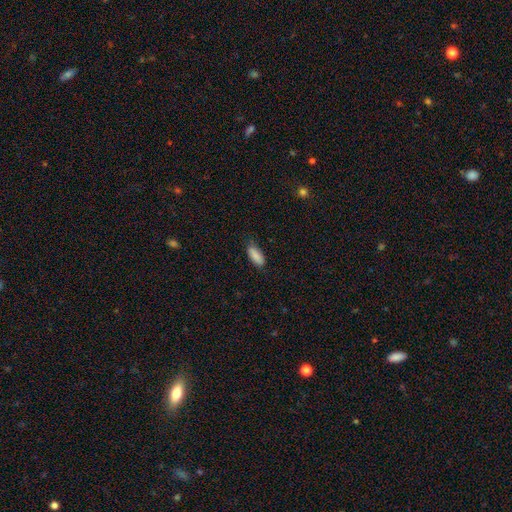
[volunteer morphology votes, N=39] type=smooth (90%); roundness=in between (71%); merging=none (64%).